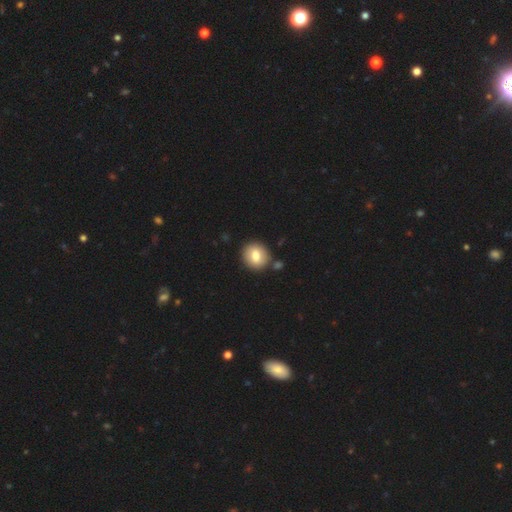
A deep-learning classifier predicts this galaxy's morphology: A smooth galaxy with no disk features (77%) that is round (79%).

Vote fractions:
- Smooth or featured? smooth: 77% / featured or disk: 16% / star or artifact: 8%
- How rounded? round: 79% / in between: 20% / cigar-shaped: 1%
- Merging? none: 82% / minor disturbance: 8% / merger: 8% / major disturbance: 2%